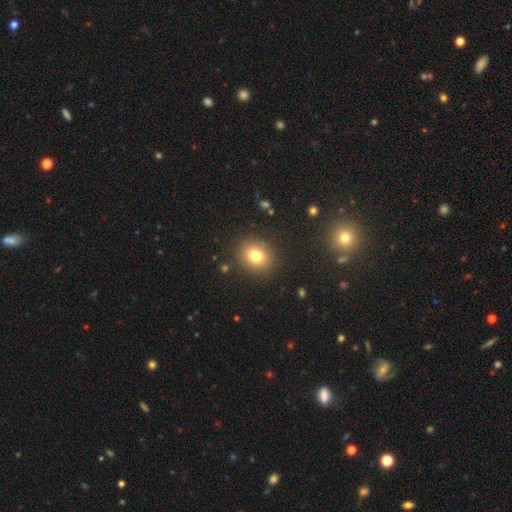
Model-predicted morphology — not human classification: The model was most divided on "how rounded": round: 71%, in between: 28%, cigar-shaped: 1%. More confident: merging — none (88%); smooth or featured — smooth (78%).